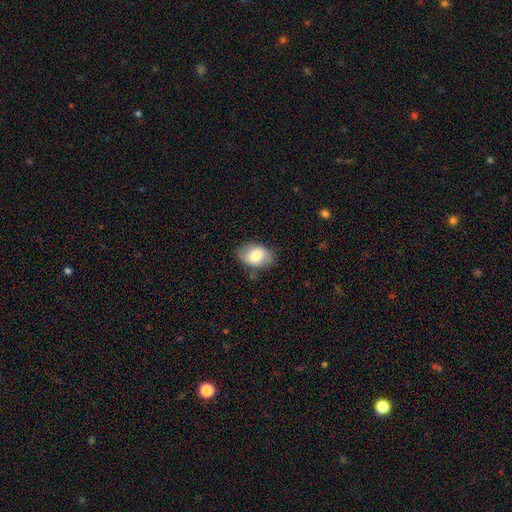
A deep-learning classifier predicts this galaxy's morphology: A smooth galaxy with no disk features (76%) that is in between round and cigar-shaped (83%). Merging: none (74%).